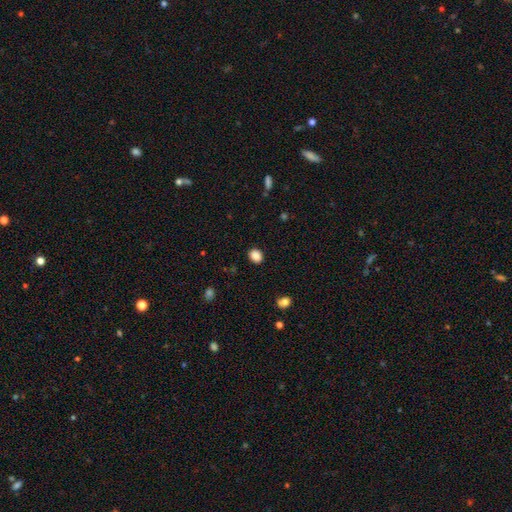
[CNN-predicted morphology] Overall: smooth (87%). How rounded: round (59%; in between 40%). Merging: none (90%).